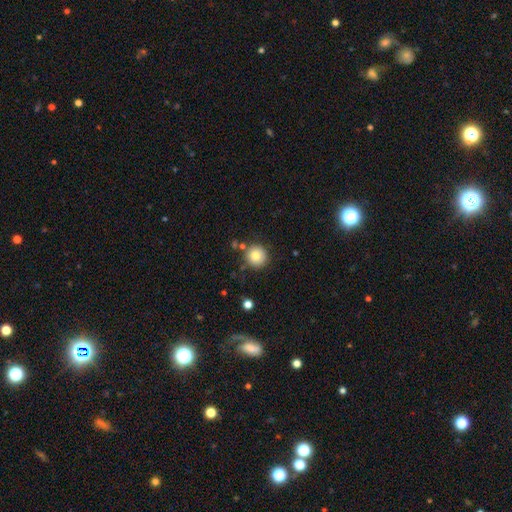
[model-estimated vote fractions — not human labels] smooth 80%, star or artifact 11%, featured or disk 10%. Down the decision tree: how rounded — round (94%); merging — none (81%).